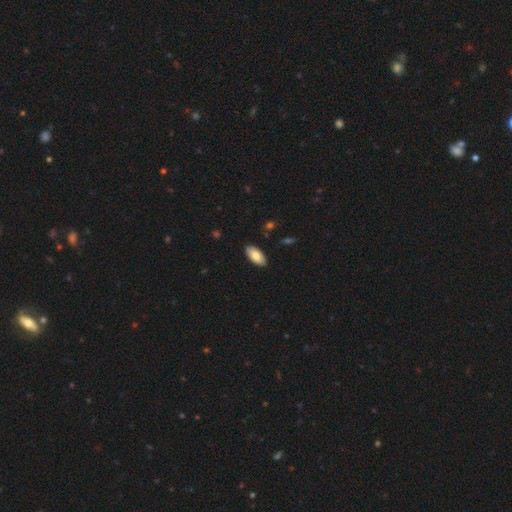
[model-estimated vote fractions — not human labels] smooth-or-featured: smooth: 85% | featured or disk: 9% | star or artifact: 6%
  how-rounded: in between: 93% | cigar-shaped: 5% | round: 2%
  merging: none: 88% | minor disturbance: 9% | major disturbance: 2% | merger: 1%